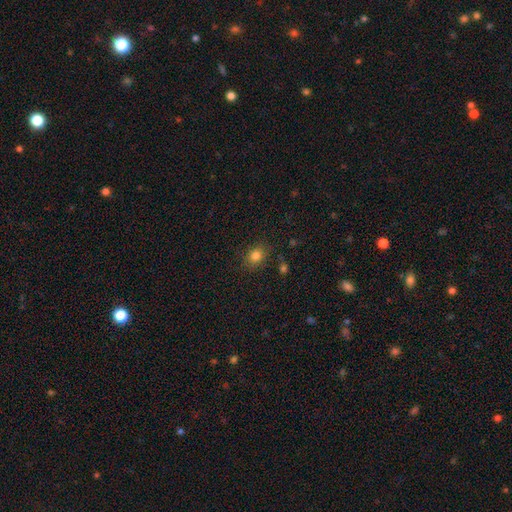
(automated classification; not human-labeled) Overall: smooth (82%). How rounded: round (55%; in between 44%). Merging: none (82%).